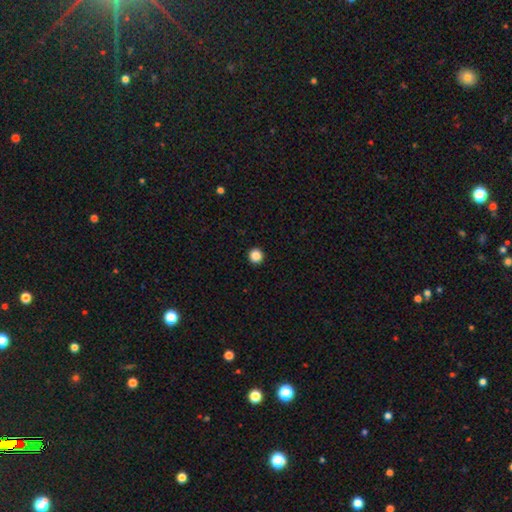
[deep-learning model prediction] Smooth or featured: smooth — 87% (star or artifact — 10%)
How rounded: round — 96% (in between — 3%)
Merging: none — 94% (minor disturbance — 4%)